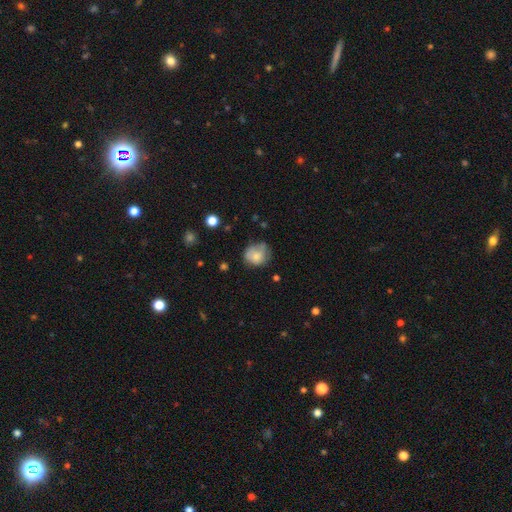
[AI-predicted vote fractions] smooth-or-featured: smooth: 68% | featured or disk: 23% | star or artifact: 9%
  how-rounded: round: 71% | in between: 28% | cigar-shaped: 1%
  merging: none: 50% | minor disturbance: 32% | major disturbance: 15% | merger: 4%